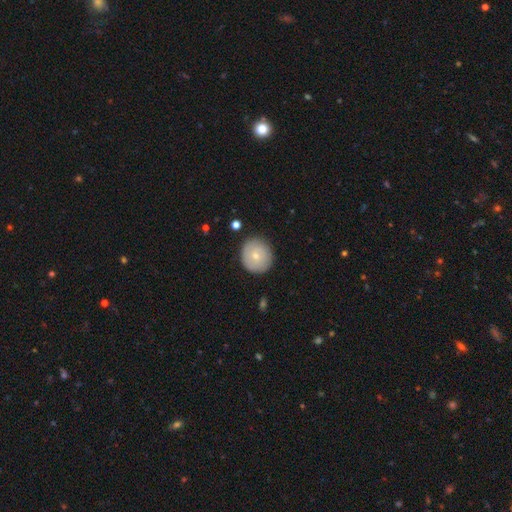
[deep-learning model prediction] This appears to be a smooth galaxy with no disk features (65%) that is round (90%). Merging: none (85%).